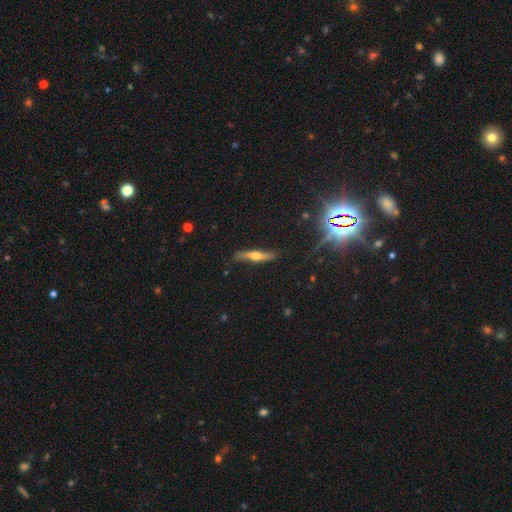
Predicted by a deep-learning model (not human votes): featured or disk 60%, smooth 33%, star or artifact 7%. Down the decision tree: edge-on disk — yes (92%); edge-on bulge — rounded (90%); merging — none (82%).